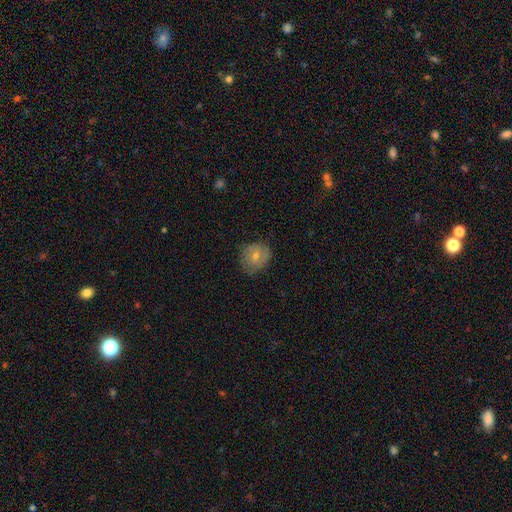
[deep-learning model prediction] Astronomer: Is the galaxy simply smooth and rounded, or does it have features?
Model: featured or disk — 48% (runner-up: smooth, 40%).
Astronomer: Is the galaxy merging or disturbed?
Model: none — 78%.